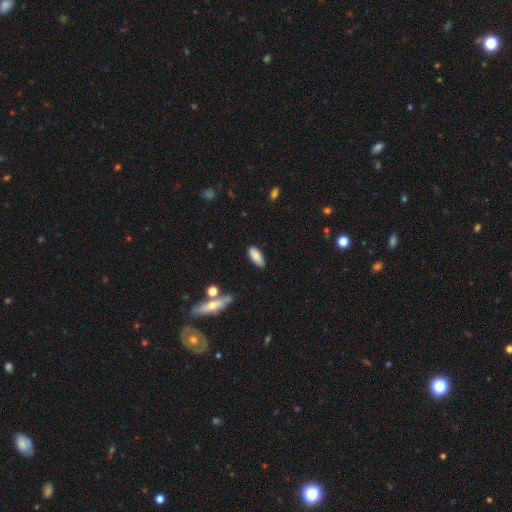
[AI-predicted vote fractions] Smooth or featured? smooth (84%)
How rounded? in between (76%)
Merging? none (82%)